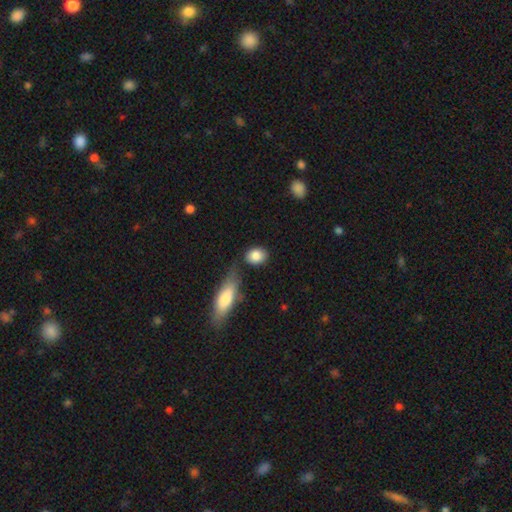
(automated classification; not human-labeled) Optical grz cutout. It shows a smooth galaxy with no disk features (85%) that is in between round and cigar-shaped (55%). Merging: none (72%).